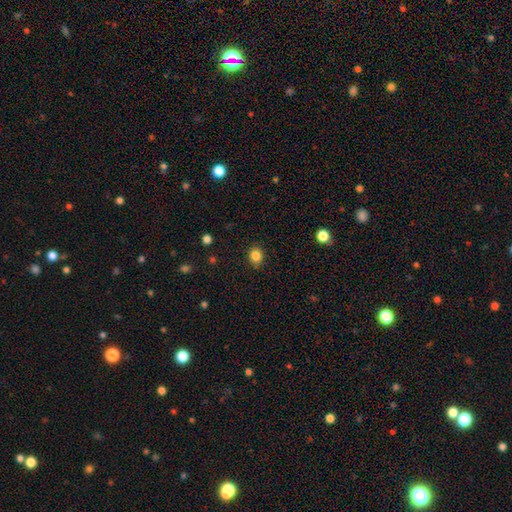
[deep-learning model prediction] smooth_or_featured: smooth (p=0.84) [alt: star or artifact p=0.11]
how_rounded: round (p=0.69) [alt: in between p=0.30]
merging: none (p=0.87) [alt: minor disturbance p=0.10]